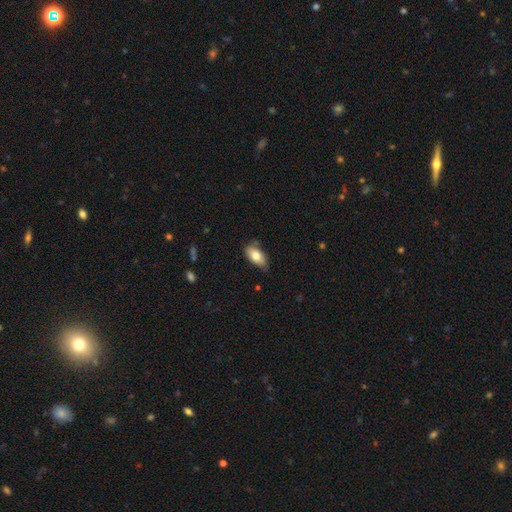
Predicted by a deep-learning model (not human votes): smooth-or-featured: smooth: 76% | featured or disk: 17% | star or artifact: 7%
  how-rounded: in between: 91% | cigar-shaped: 5% | round: 3%
  merging: none: 69% | minor disturbance: 25% | major disturbance: 4% | merger: 2%